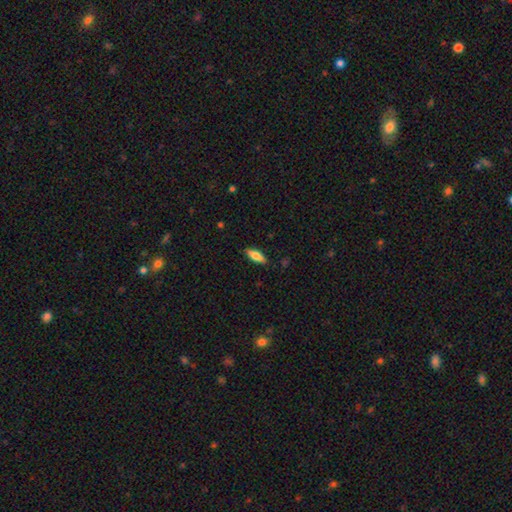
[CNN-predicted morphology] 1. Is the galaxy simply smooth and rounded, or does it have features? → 67% smooth, 26% featured or disk, 7% star or artifact.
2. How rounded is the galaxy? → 62% in between, 35% cigar-shaped, 2% round.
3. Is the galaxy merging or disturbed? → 87% none, 10% minor disturbance, 2% major disturbance, 1% merger.